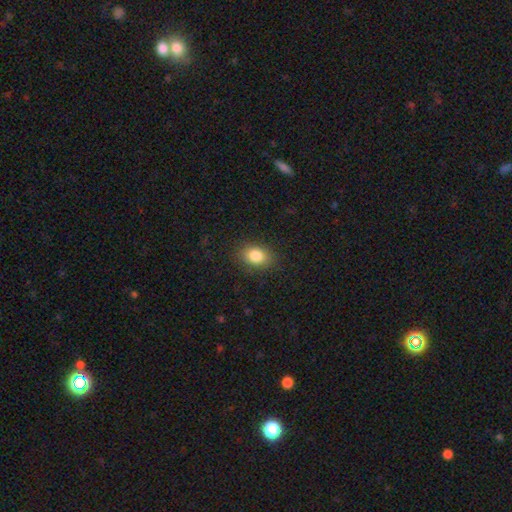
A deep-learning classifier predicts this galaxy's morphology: A smooth galaxy with no disk features (84%) that is in between round and cigar-shaped (71%).

Vote fractions:
- Smooth or featured? smooth: 84% / star or artifact: 9% / featured or disk: 6%
- How rounded? in between: 71% / round: 28% / cigar-shaped: 1%
- Merging? none: 87% / minor disturbance: 10% / major disturbance: 3% / merger: 1%